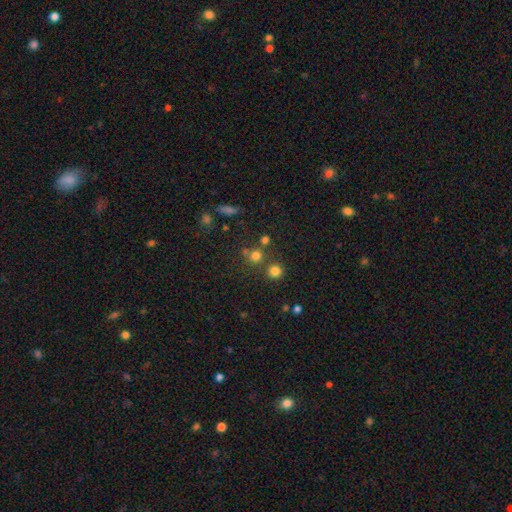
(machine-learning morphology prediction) This appears to be a smooth galaxy with no disk features (72%) that is round (89%). Merging: none (67%).